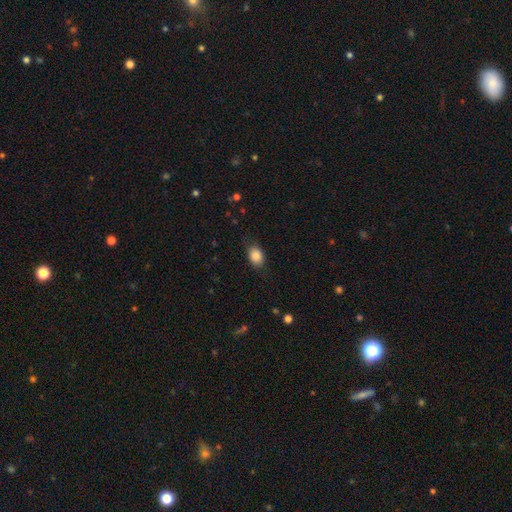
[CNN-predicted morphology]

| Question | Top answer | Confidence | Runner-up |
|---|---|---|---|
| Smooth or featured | smooth | 86% | star or artifact (8%) |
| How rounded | in between | 74% | round (25%) |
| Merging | none | 78% | minor disturbance (17%) |